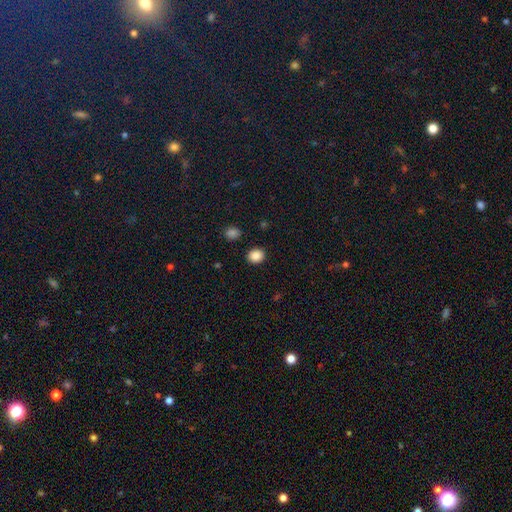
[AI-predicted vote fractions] A smooth galaxy with no disk features (87%) that is round (66%).

Vote fractions:
- Smooth or featured? smooth: 87% / star or artifact: 9% / featured or disk: 3%
- How rounded? round: 66% / in between: 33% / cigar-shaped: 1%
- Merging? none: 90% / minor disturbance: 6% / major disturbance: 2% / merger: 2%